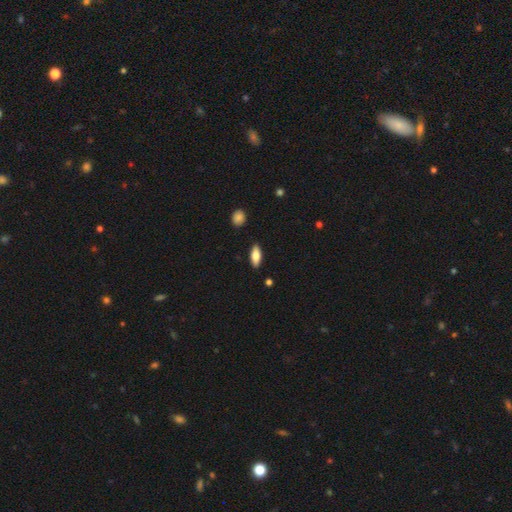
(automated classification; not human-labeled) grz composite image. It shows a smooth galaxy with no disk features (80%) that is in between round and cigar-shaped (77%). Merging: none (88%).